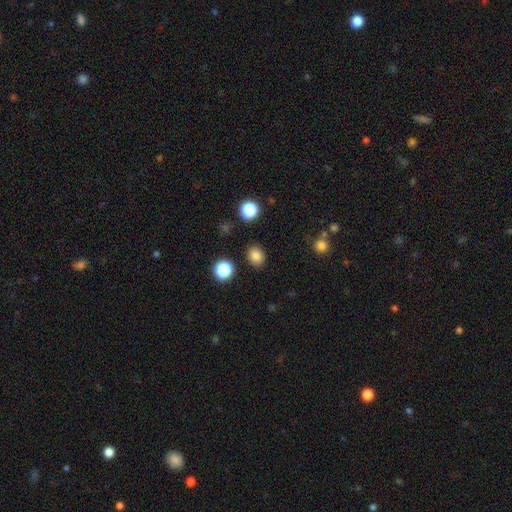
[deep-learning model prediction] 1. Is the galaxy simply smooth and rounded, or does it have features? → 83% smooth, 13% star or artifact, 4% featured or disk.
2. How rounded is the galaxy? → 50% round, 49% in between, 1% cigar-shaped.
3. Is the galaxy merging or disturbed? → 86% none, 9% minor disturbance, 3% major disturbance, 2% merger.